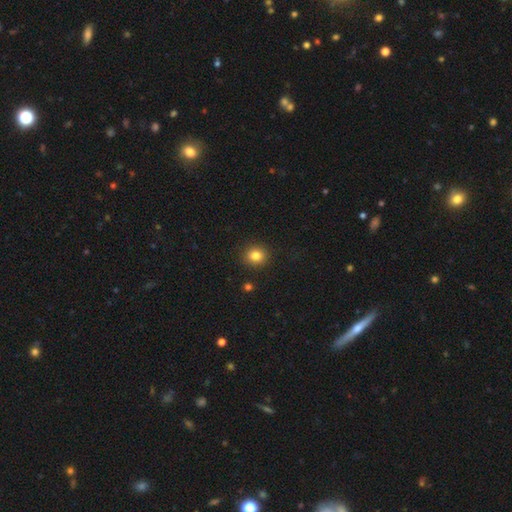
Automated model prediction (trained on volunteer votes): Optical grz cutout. It shows a smooth galaxy with no disk features (83%) that is round (83%). Merging: none (90%).